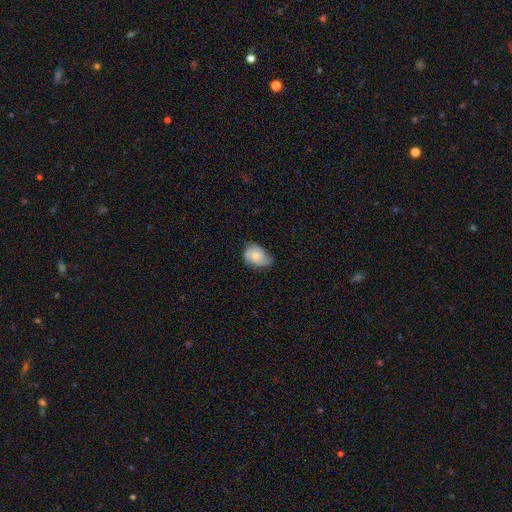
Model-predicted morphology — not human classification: Overall: smooth (50%; featured or disk 42%). How rounded: in between (69%; round 29%). Merging: none (49%; minor disturbance 37%).